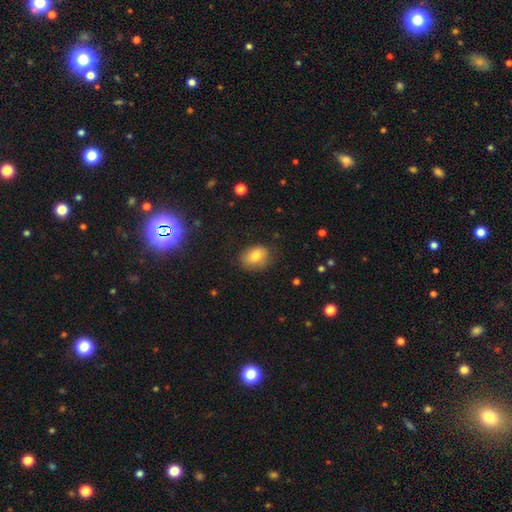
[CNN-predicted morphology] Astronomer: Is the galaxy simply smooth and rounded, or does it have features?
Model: smooth — 79%.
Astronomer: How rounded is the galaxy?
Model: in between — 68%.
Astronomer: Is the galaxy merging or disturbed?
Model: none — 72%.